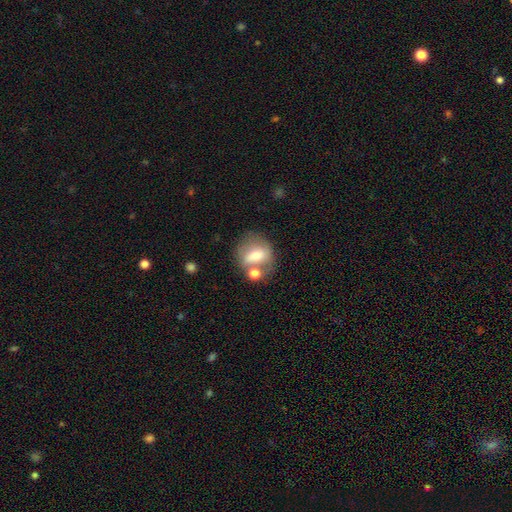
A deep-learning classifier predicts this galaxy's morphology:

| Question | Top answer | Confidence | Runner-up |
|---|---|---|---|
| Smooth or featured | smooth | 59% | featured or disk (32%) |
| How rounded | round | 59% | in between (39%) |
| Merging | none | 44% | merger (34%) |